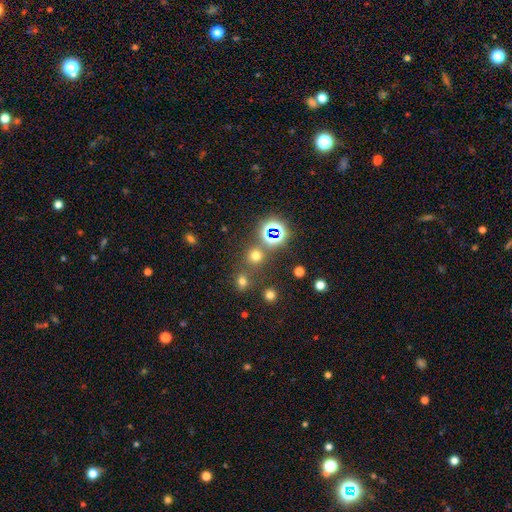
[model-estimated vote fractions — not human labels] This is possibly a smooth galaxy (60%). How rounded: clearly round (90%). Merging: likely none (75%).